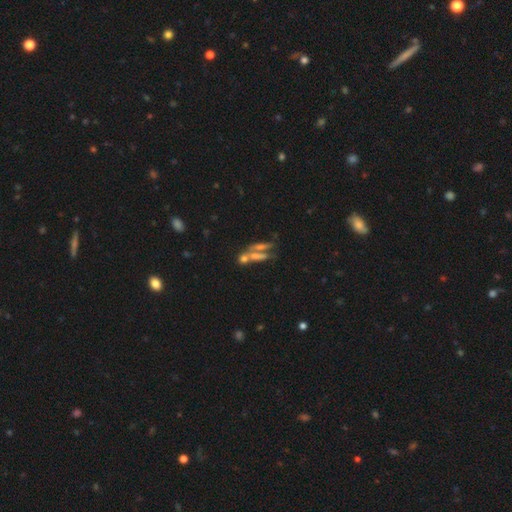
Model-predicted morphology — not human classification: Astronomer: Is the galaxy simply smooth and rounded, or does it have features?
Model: featured or disk — 39% (runner-up: smooth, 34%).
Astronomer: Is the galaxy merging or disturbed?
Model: merger — 45% (runner-up: none, 34%).